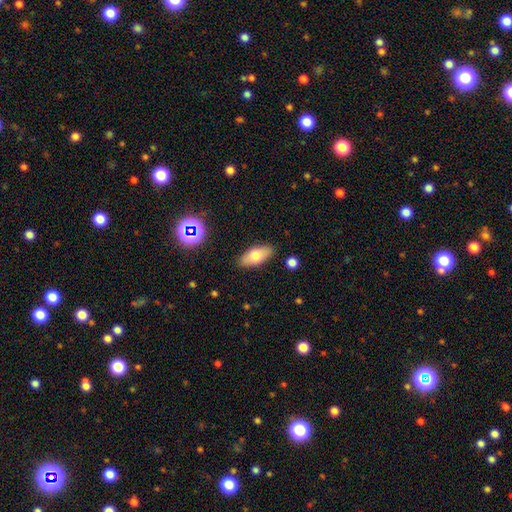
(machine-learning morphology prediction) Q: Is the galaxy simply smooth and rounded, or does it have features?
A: smooth — 71%.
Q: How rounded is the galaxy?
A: in between — 85%.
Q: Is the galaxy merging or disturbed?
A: none — 86%.